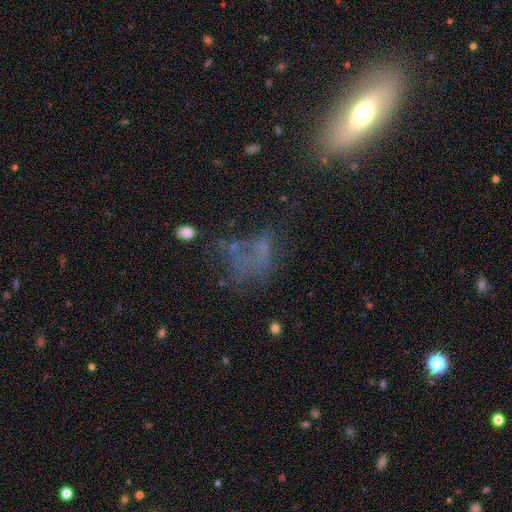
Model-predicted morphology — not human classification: Q: Smooth or featured?
A: smooth (40%); runner-up: featured or disk (32%)
Q: Merging?
A: none (37%); runner-up: major disturbance (34%)